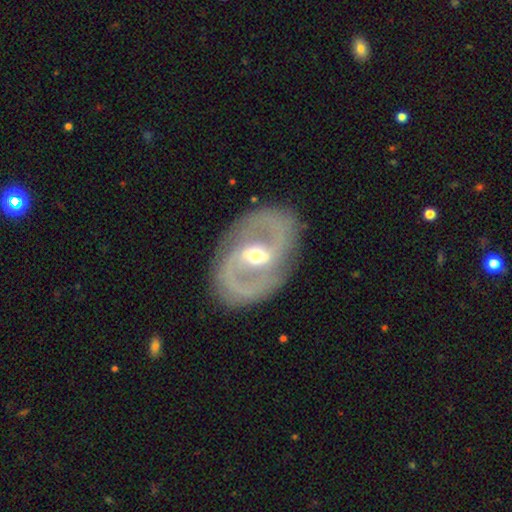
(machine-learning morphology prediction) Smooth or featured? Predicted: featured or disk (p=0.87). Edge-on disk? Predicted: no (p=0.95). Bar? Predicted: weak (p=0.44). Spiral arms? Predicted: yes (p=0.84). Spiral winding? Predicted: medium (p=0.50). Spiral arm count? Predicted: 2 (p=0.88). Bulge size? Predicted: moderate (p=0.68). Merging? Predicted: none (p=0.84).